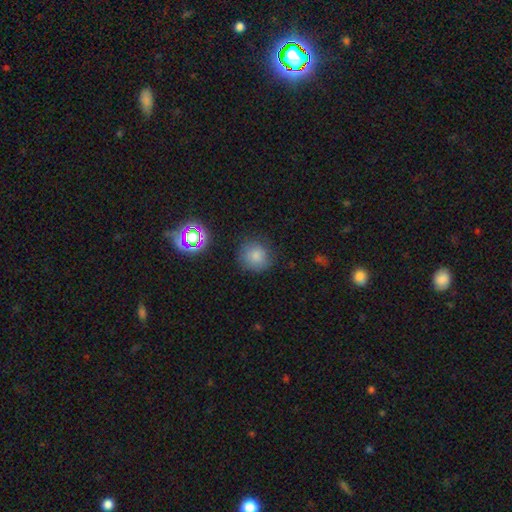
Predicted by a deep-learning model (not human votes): smooth 78%, star or artifact 14%, featured or disk 7%. Down the decision tree: how rounded — round (91%); merging — none (83%).